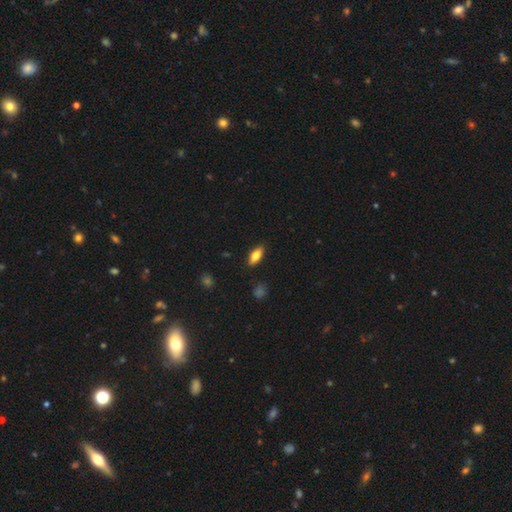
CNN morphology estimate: type=smooth (75%); roundness=in between (79%); merging=none (87%).